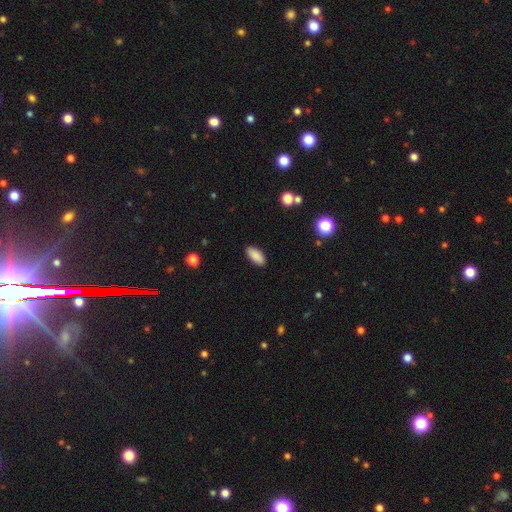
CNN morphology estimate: Overall: smooth (89%). How rounded: in between (87%). Merging: none (89%).